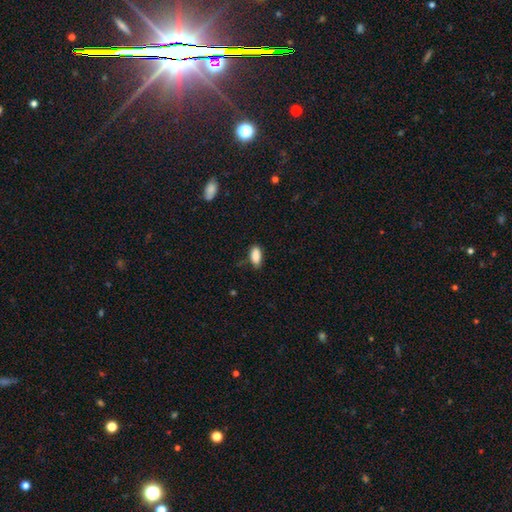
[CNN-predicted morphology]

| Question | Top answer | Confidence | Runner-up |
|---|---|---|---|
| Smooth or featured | smooth | 88% | star or artifact (7%) |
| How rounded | in between | 90% | cigar-shaped (7%) |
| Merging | none | 76% | minor disturbance (19%) |